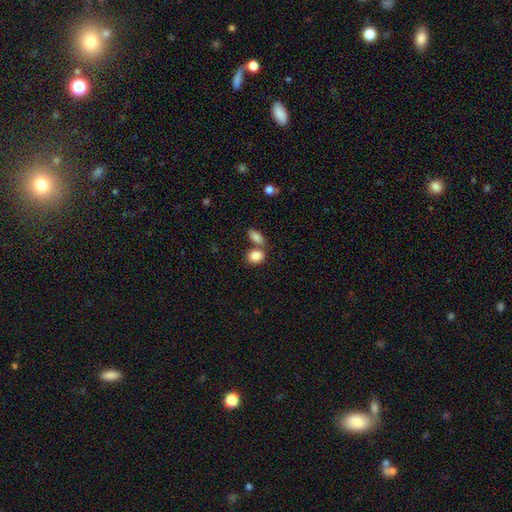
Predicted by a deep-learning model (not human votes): A smooth galaxy with no disk features (86%) that is in between round and cigar-shaped (62%).

Vote fractions:
- Smooth or featured? smooth: 86% / star or artifact: 8% / featured or disk: 6%
- How rounded? in between: 62% / round: 36% / cigar-shaped: 2%
- Merging? none: 50% / merger: 37% / minor disturbance: 10% / major disturbance: 4%